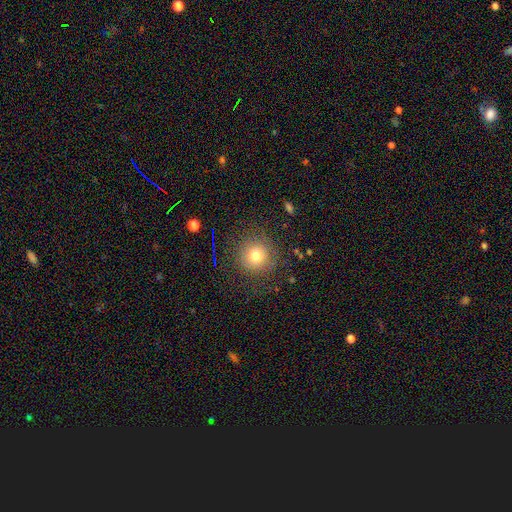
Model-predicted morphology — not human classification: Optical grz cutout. It shows a smooth galaxy with no disk features (74%) that is round (94%). Merging: none (83%).